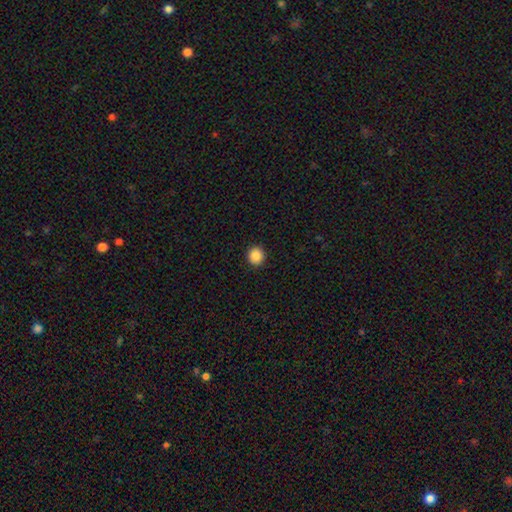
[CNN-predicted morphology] Smooth or featured? Predicted: smooth (p=0.88). How rounded? Predicted: round (p=0.91). Merging? Predicted: none (p=0.92).